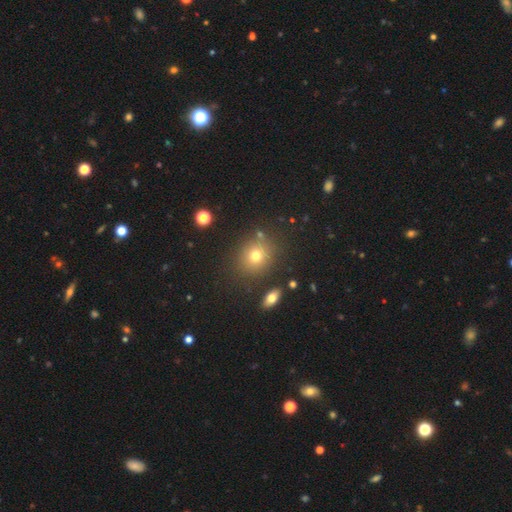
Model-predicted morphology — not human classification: A smooth galaxy with no disk features (73%) that is round (76%). Merging: none (82%).